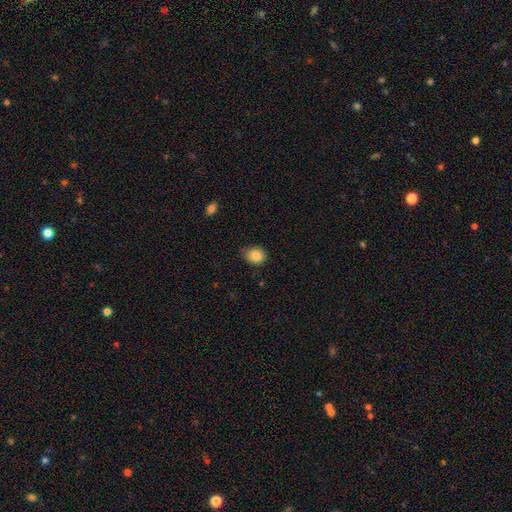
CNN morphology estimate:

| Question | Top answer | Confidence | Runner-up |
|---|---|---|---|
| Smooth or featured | smooth | 86% | star or artifact (9%) |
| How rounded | round | 59% | in between (40%) |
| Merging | none | 74% | minor disturbance (22%) |